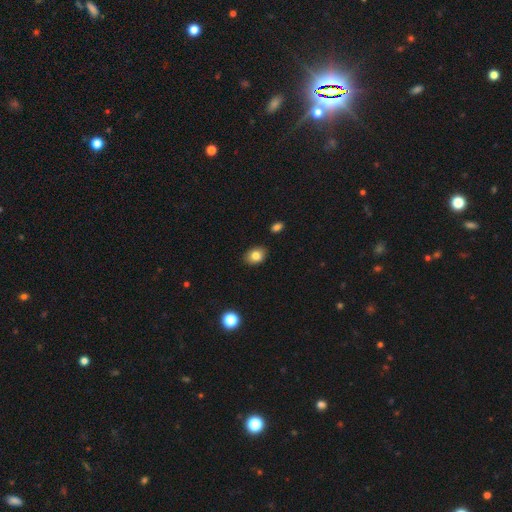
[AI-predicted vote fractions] Smooth or featured: smooth — 83% (star or artifact — 9%)
How rounded: in between — 66% (round — 32%)
Merging: none — 86% (minor disturbance — 10%)